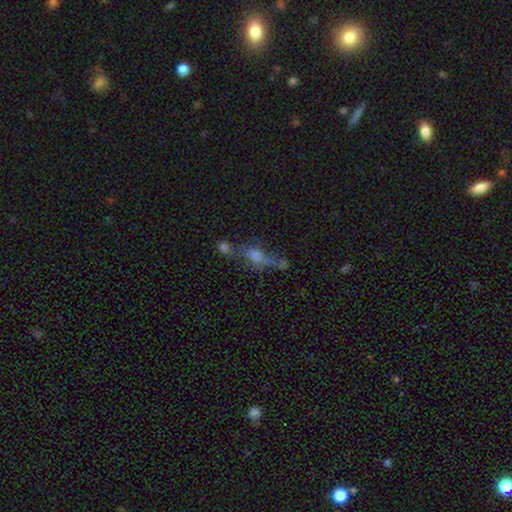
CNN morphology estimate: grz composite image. It shows a smooth galaxy with no disk features (40%). Merging: none (40%).